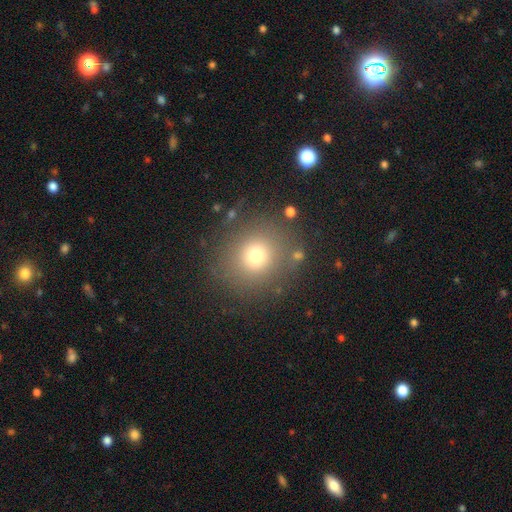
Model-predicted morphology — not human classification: The model was most divided on "smooth or featured": smooth: 72%, star or artifact: 17%, featured or disk: 11%. More confident: how rounded — round (89%); merging — none (84%).